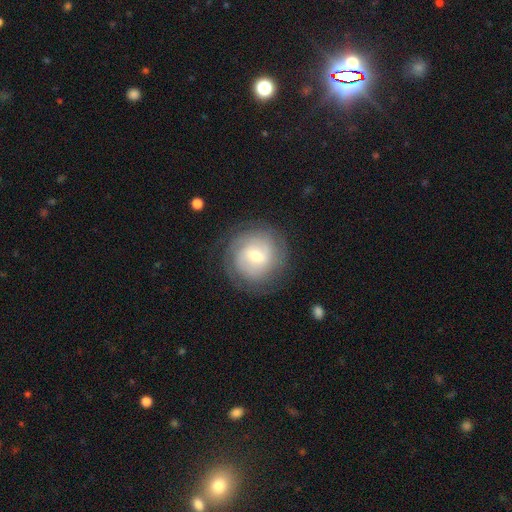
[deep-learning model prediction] A featured or disk galaxy (69%) with a weak bar (54%), tight (70%) spiral arms (89%) and a moderate central bulge (54%).

Vote fractions:
- Smooth or featured? featured or disk: 69% / smooth: 23% / star or artifact: 7%
- Edge-on disk? no: 97% / yes: 3%
- Bar? weak: 54% / no: 31% / strong: 15%
- Spiral arms? yes: 89% / no: 11%
- Spiral winding? tight: 70% / medium: 23% / loose: 7%
- Spiral arm count? can't tell: 42% / 2: 25% / 3: 15% / 4: 7% / 1: 5% / more than 4: 5%
- Bulge size? moderate: 54% / small: 41% / large: 4% / none: 1% / dominant: 1%
- Merging? none: 81% / minor disturbance: 12% / major disturbance: 6% / merger: 1%